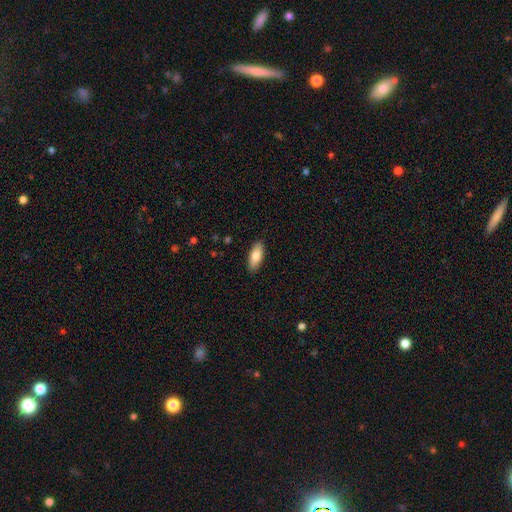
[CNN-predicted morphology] Overall: smooth (80%). How rounded: in between (80%). Merging: none (89%).